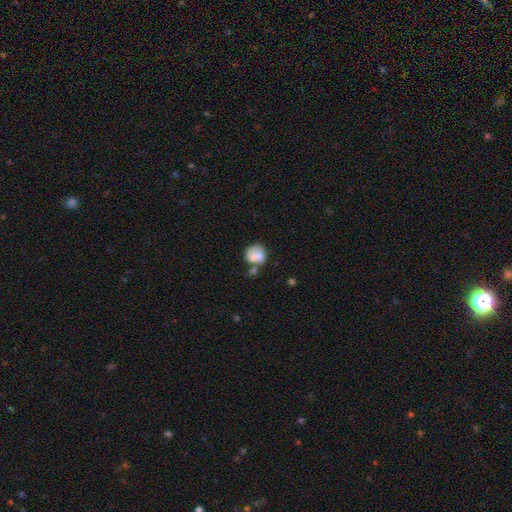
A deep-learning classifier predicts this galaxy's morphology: This is likely a smooth galaxy (63%). How rounded: likely round (66%). Merging: marginally merger (38%).